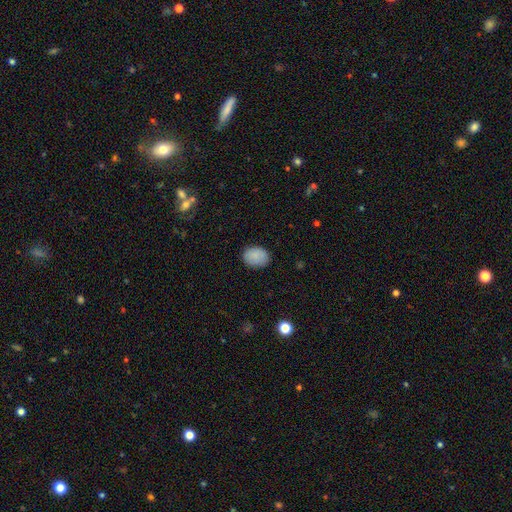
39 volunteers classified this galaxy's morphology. Q: Smooth or featured?
A: smooth (87%); runner-up: featured or disk (8%)
Q: How rounded?
A: in between (53%); runner-up: round (47%)
Q: Merging?
A: none (100%)